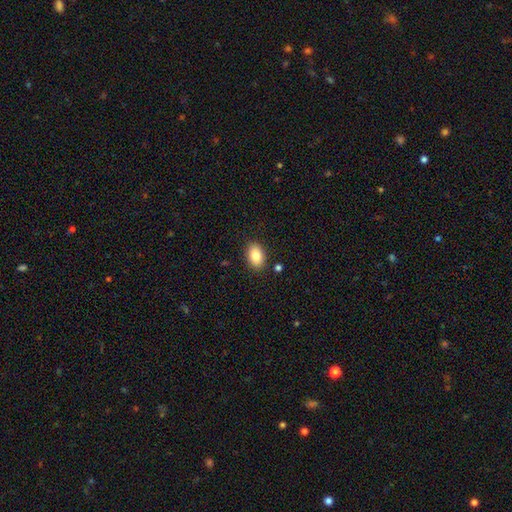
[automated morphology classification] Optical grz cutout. It shows a smooth galaxy with no disk features (84%) that is in between round and cigar-shaped (87%). Merging: none (87%).